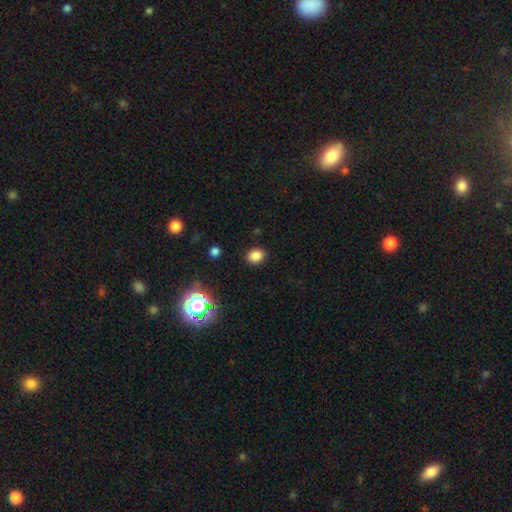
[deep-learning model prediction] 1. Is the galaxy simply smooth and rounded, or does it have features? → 82% smooth, 13% star or artifact, 4% featured or disk.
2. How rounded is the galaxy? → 52% round, 47% in between, 1% cigar-shaped.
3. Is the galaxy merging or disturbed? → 88% none, 8% minor disturbance, 3% major disturbance, 1% merger.